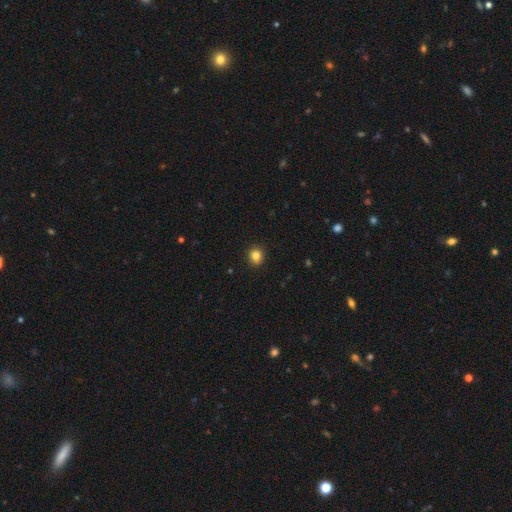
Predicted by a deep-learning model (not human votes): Q: Smooth or featured?
A: smooth (83%); runner-up: star or artifact (11%)
Q: How rounded?
A: round (74%); runner-up: in between (25%)
Q: Merging?
A: none (90%); runner-up: minor disturbance (7%)